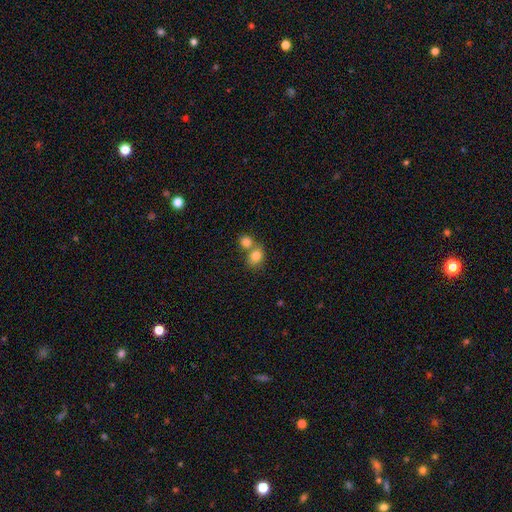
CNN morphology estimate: Smooth or featured: smooth — 82% (star or artifact — 10%)
How rounded: round — 55% (in between — 44%)
Merging: merger — 46% (none — 42%)